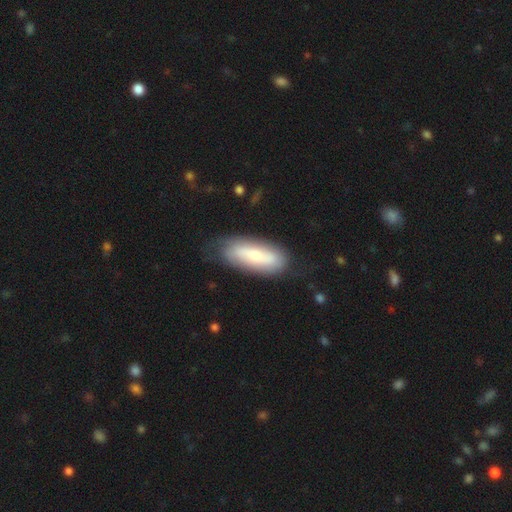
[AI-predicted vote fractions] smooth_or_featured: smooth (p=0.53) [alt: featured or disk p=0.41]
how_rounded: in between (p=0.72) [alt: cigar-shaped p=0.26]
merging: none (p=0.73) [alt: minor disturbance p=0.19]